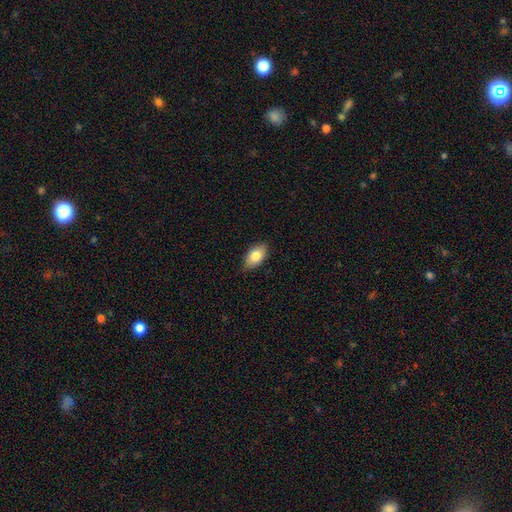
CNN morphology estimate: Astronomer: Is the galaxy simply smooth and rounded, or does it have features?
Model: smooth — 81%.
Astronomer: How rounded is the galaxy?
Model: in between — 92%.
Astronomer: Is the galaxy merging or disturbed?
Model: none — 85%.